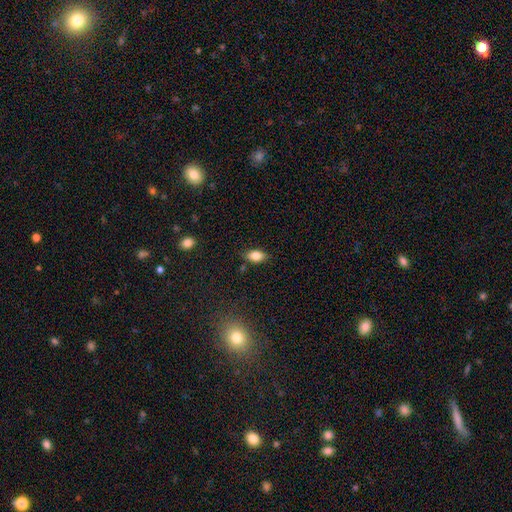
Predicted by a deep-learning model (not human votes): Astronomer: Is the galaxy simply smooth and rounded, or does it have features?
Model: smooth — 81%.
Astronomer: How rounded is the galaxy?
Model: in between — 87%.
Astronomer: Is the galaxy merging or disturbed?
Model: none — 80%.